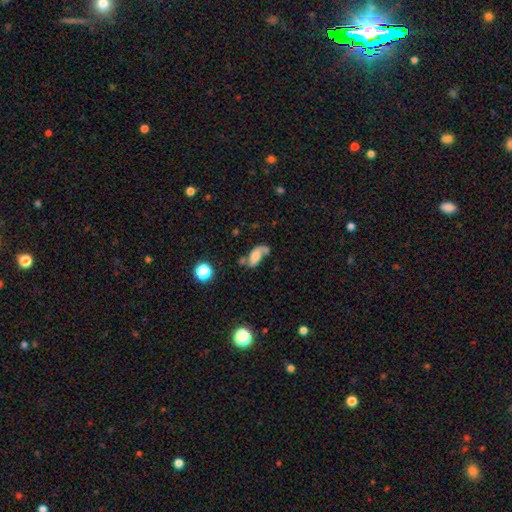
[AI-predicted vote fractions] A smooth galaxy with no disk features (61%) that is in between round and cigar-shaped (86%).

Vote fractions:
- Smooth or featured? smooth: 61% / featured or disk: 27% / star or artifact: 12%
- How rounded? in between: 86% / cigar-shaped: 8% / round: 5%
- Merging? none: 36% / merger: 25% / minor disturbance: 23% / major disturbance: 16%